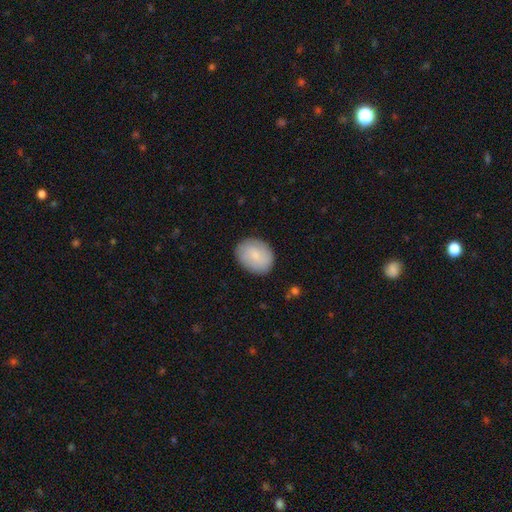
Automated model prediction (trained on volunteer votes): The model was most divided on "how rounded": in between: 54%, round: 45%, cigar-shaped: 1%. More confident: merging — none (86%); smooth or featured — smooth (76%).